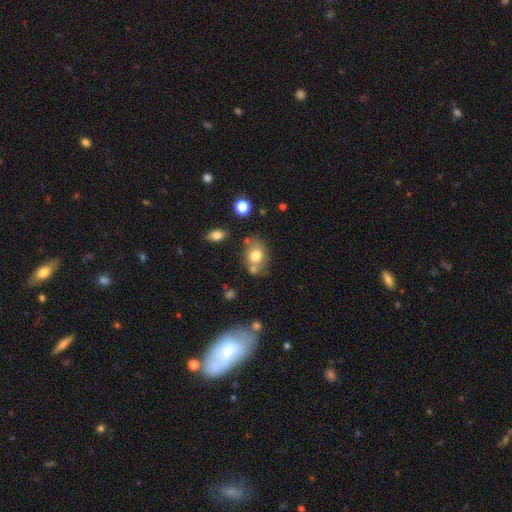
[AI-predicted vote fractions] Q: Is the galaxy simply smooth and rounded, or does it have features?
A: smooth — 74%.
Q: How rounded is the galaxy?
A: round — 51%.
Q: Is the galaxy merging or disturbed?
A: none — 56%.